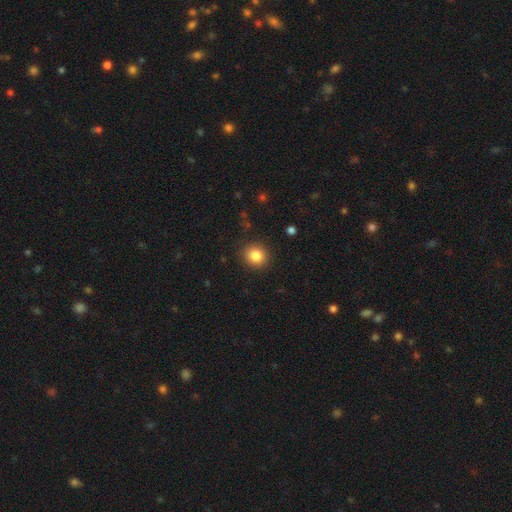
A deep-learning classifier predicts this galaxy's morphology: type=smooth (84%); roundness=round (84%); merging=none (90%).